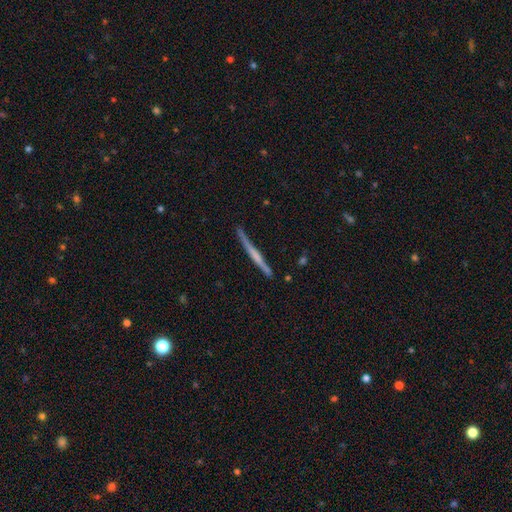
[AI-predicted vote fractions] This is possibly a featured or disk galaxy (59%). It is clearly viewed edge-on (97%). Edge-on bulge: likely none (61%). Merging: clearly none (84%).